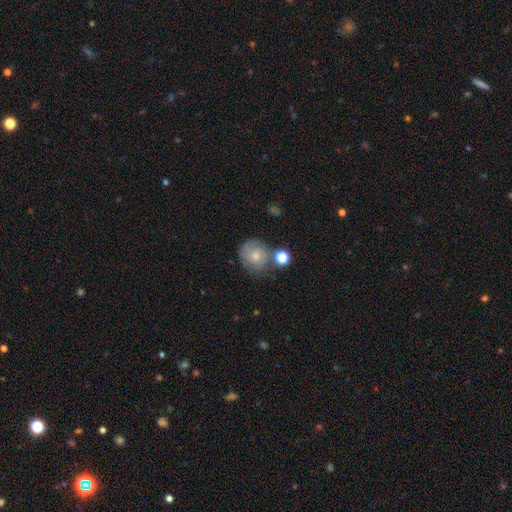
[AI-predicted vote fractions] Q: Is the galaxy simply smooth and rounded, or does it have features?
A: smooth — 65%.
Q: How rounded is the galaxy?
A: round — 81%.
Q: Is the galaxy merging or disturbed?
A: none — 55%.